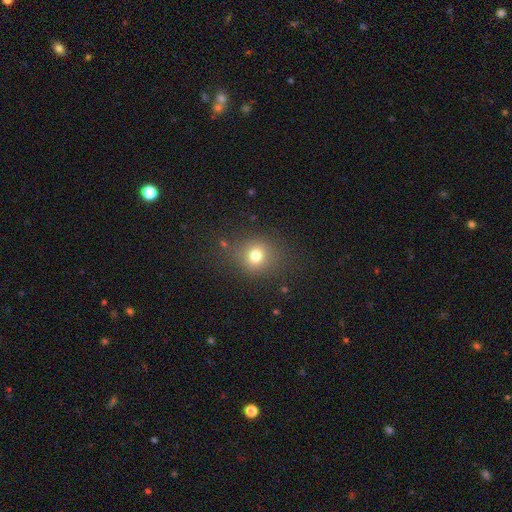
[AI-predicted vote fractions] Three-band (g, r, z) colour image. It shows a smooth galaxy with no disk features (75%) that is round (79%). Merging: none (80%).